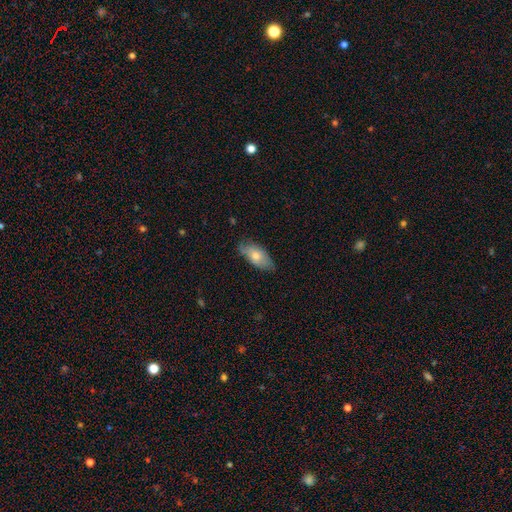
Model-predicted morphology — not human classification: The model was most divided on "smooth or featured": smooth: 68%, featured or disk: 26%, star or artifact: 6%. More confident: how rounded — in between (88%); merging — none (77%).